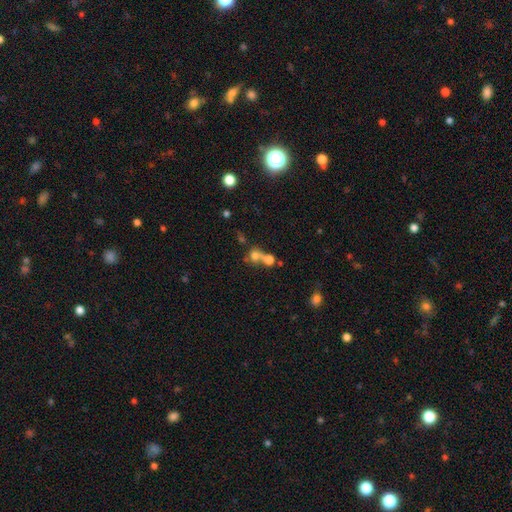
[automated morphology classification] type=smooth (65%); roundness=round (73%); merging=merger (58%).